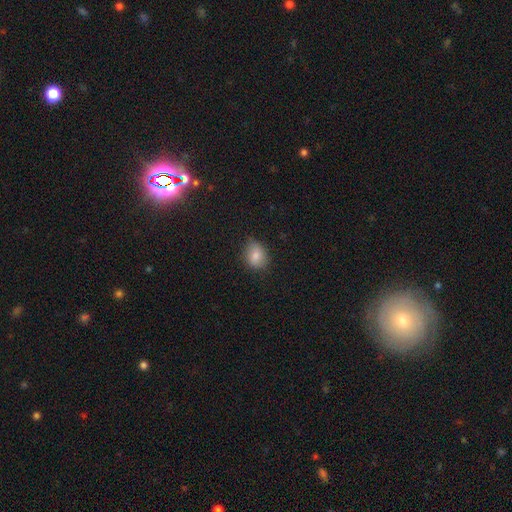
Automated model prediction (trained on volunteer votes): smooth-or-featured: smooth: 83% | star or artifact: 9% | featured or disk: 8%
  how-rounded: in between: 49% (tied) | round: 49% (tied) | cigar-shaped: 1%
  merging: none: 74% | minor disturbance: 21% | major disturbance: 4% | merger: 1%